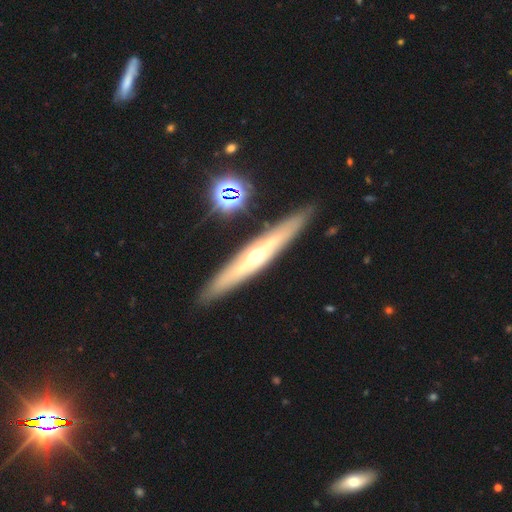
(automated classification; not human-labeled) The model was most divided on "smooth or featured": featured or disk: 68%, smooth: 24%, star or artifact: 8%. More confident: merging — none (88%); edge-on disk — yes (85%); edge-on bulge — rounded (81%).